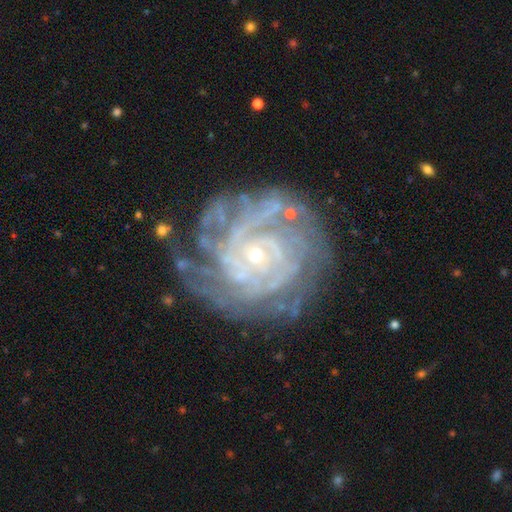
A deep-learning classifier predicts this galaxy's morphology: A featured or disk galaxy (88%) with no bar (76%), tight (77%) spiral arms (96%) and a small central bulge (76%).

Vote fractions:
- Smooth or featured? featured or disk: 88% / star or artifact: 7% / smooth: 5%
- Edge-on disk? no: 98% / yes: 2%
- Bar? no: 76% / weak: 18% / strong: 6%
- Spiral arms? yes: 96% / no: 4%
- Spiral winding? tight: 77% / medium: 20% / loose: 4%
- Spiral arm count? can't tell: 30% / 4: 19% / 3: 17% / 2: 14% / more than 4: 13% / 1: 7%
- Bulge size? small: 76% / moderate: 20% / none: 2% / large: 2% / dominant: 1%
- Merging? none: 70% / minor disturbance: 18% / major disturbance: 10% / merger: 2%